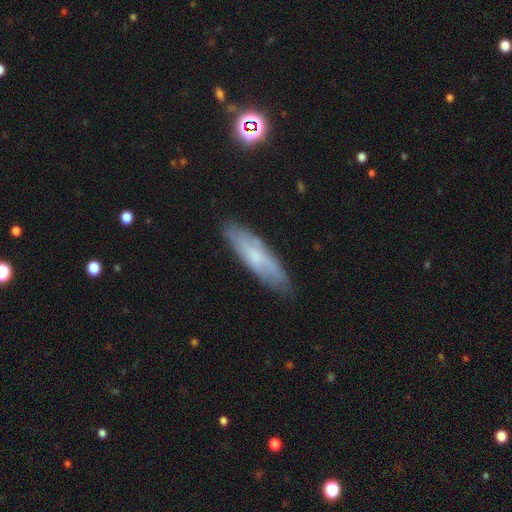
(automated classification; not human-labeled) A smooth galaxy with no disk features (56%) that is cigar-shaped (66%). Merging: none (81%).